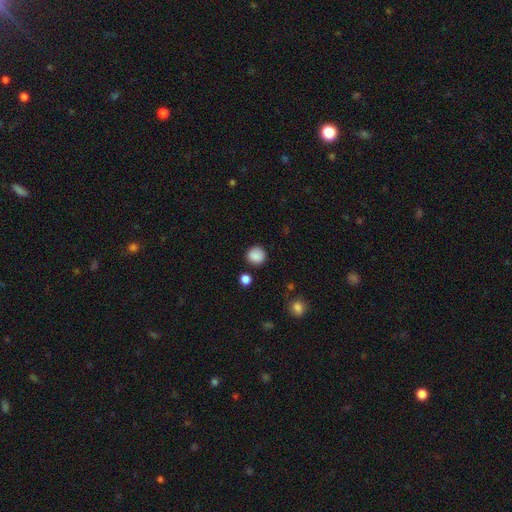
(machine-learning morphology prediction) smooth 88%, star or artifact 9%, featured or disk 3%. Down the decision tree: how rounded — round (91%); merging — none (87%).